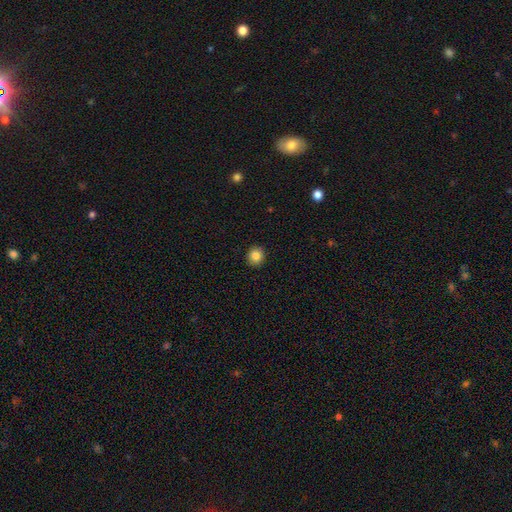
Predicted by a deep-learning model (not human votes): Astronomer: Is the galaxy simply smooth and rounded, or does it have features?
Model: smooth — 85%.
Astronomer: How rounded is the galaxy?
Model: round — 90%.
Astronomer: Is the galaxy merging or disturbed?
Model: none — 92%.